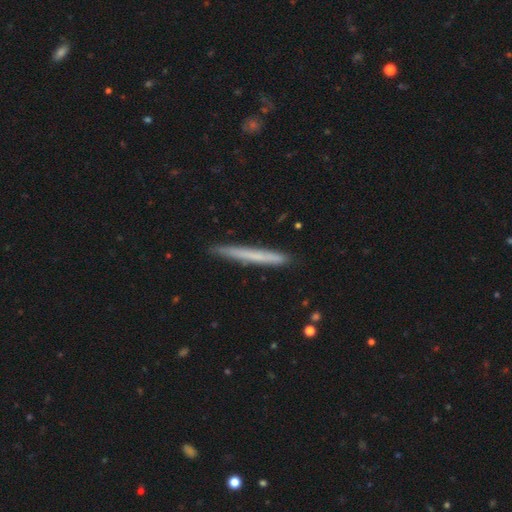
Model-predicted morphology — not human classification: Smooth or featured?
  - smooth: 60% *
  - featured or disk: 34%
  - star or artifact: 6%
How rounded?
  - cigar-shaped: 97% *
  - in between: 2%
  - round: 1%
Merging?
  - none: 89% *
  - minor disturbance: 8%
  - major disturbance: 1%
  - merger: 1%